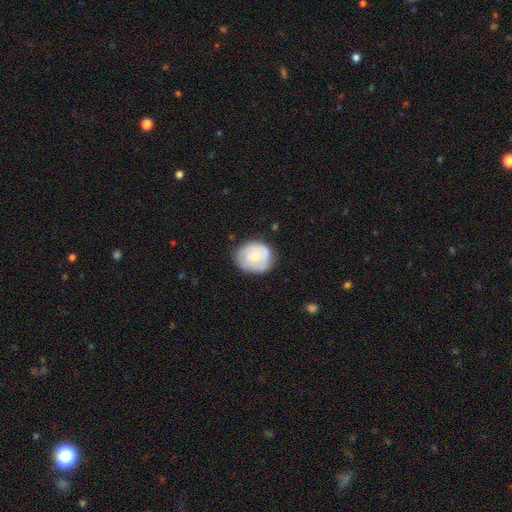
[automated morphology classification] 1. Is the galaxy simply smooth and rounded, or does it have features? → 49% smooth, 45% featured or disk, 6% star or artifact.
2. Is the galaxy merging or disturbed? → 72% none, 21% minor disturbance, 6% major disturbance, 2% merger.